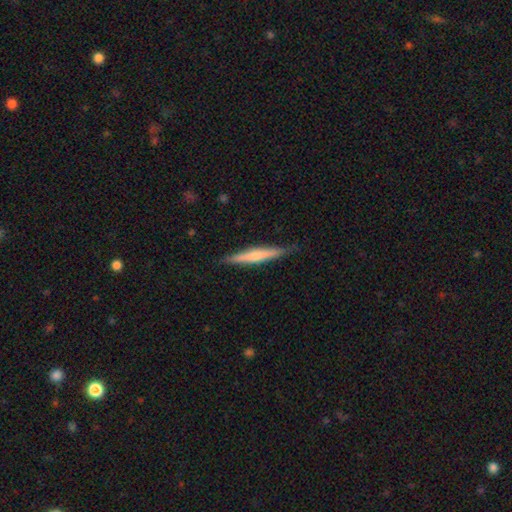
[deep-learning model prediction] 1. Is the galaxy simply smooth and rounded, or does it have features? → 51% smooth, 44% featured or disk, 5% star or artifact.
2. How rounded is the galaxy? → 94% cigar-shaped, 4% in between, 1% round.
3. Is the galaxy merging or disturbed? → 87% none, 10% minor disturbance, 2% major disturbance, 1% merger.